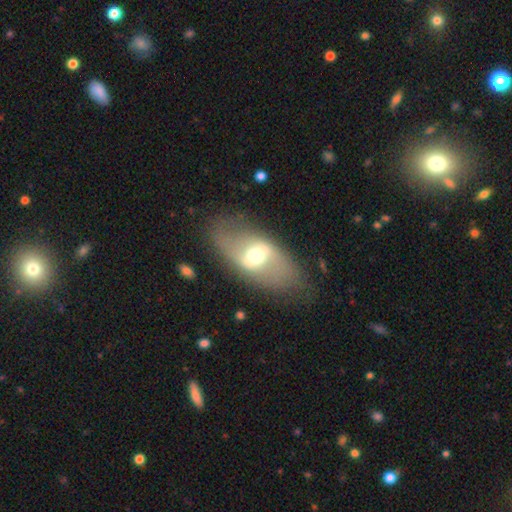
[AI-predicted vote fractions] Smooth or featured?
  - featured or disk: 65% *
  - smooth: 28%
  - star or artifact: 7%
Edge-on disk?
  - no: 87% *
  - yes: 13%
Bar?
  - weak: 43% *
  - strong: 38%
  - no: 19%
Spiral arms?
  - yes: 54% *
  - no: 46%
Bulge size?
  - moderate: 64% *
  - small: 20%
  - large: 14%
  - dominant: 2%
  - none: 1%
Merging?
  - none: 77% *
  - minor disturbance: 14%
  - major disturbance: 8%
  - merger: 2%